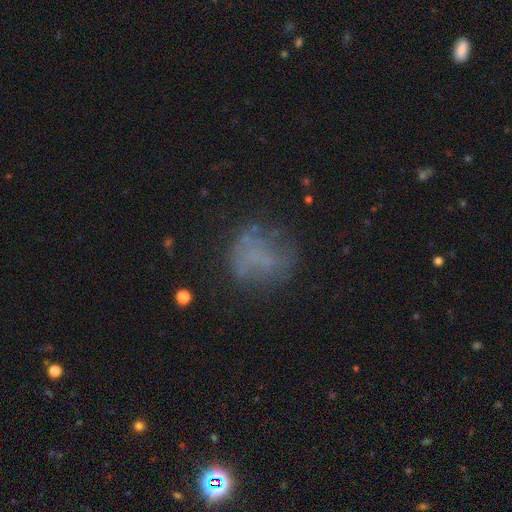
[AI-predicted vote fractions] A smooth galaxy with no disk features (48%).

Vote fractions:
- Smooth or featured? smooth: 48% / featured or disk: 33% / star or artifact: 20%
- Merging? none: 60% / minor disturbance: 20% / major disturbance: 16% / merger: 4%